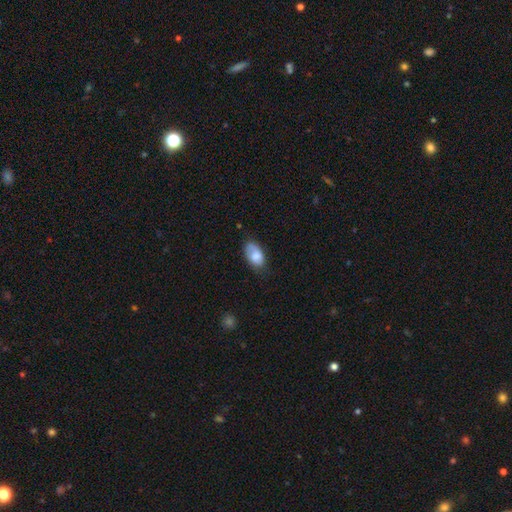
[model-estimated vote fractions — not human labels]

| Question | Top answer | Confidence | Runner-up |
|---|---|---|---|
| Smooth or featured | smooth | 75% | featured or disk (18%) |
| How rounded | in between | 92% | round (6%) |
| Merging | none | 58% | minor disturbance (30%) |